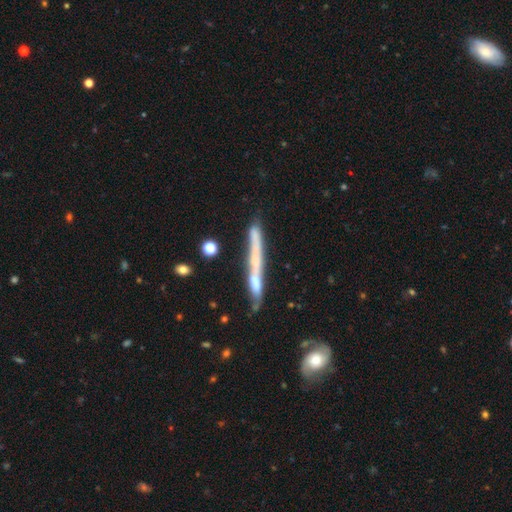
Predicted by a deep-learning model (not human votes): Smooth or featured? Predicted: smooth (p=0.48). Merging? Predicted: none (p=0.49).